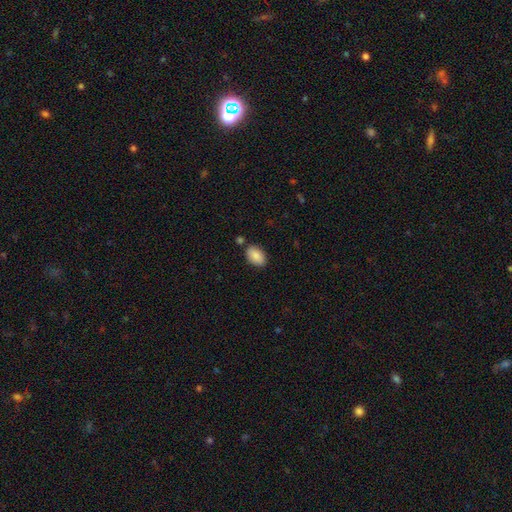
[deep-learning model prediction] Smooth or featured?
  - smooth: 88% *
  - star or artifact: 7%
  - featured or disk: 5%
How rounded?
  - in between: 92% *
  - round: 7%
  - cigar-shaped: 1%
Merging?
  - none: 81% *
  - minor disturbance: 11%
  - merger: 5%
  - major disturbance: 3%